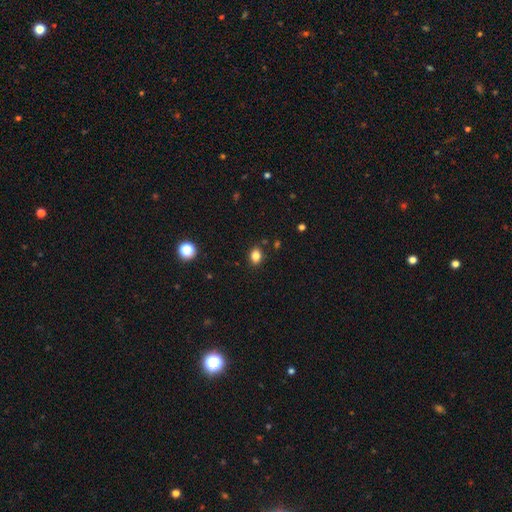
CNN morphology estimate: Q: Smooth or featured?
A: smooth (83%); runner-up: star or artifact (12%)
Q: How rounded?
A: in between (58%); runner-up: round (41%)
Q: Merging?
A: none (87%); runner-up: minor disturbance (9%)